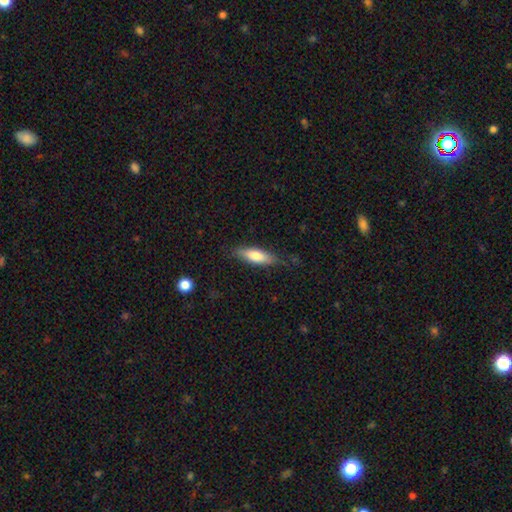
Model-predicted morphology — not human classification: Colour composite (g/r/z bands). It shows a smooth galaxy with no disk features (75%) that is in between round and cigar-shaped (51%). Merging: none (81%).